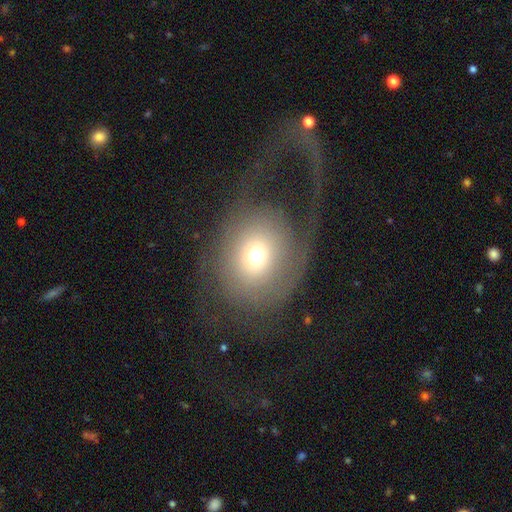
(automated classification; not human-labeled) Overall: smooth (59%; featured or disk 27%). How rounded: round (77%). Merging: none (48%; major disturbance 32%).